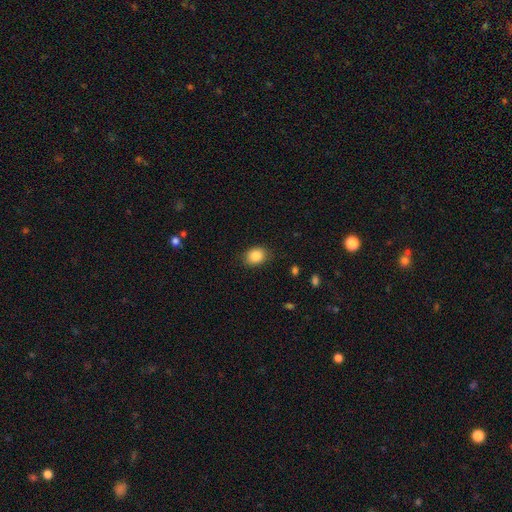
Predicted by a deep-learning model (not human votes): smooth-or-featured: smooth: 86% | star or artifact: 9% | featured or disk: 5%
  how-rounded: in between: 59% | round: 40% | cigar-shaped: 1%
  merging: none: 84% | minor disturbance: 12% | major disturbance: 3% | merger: 1%